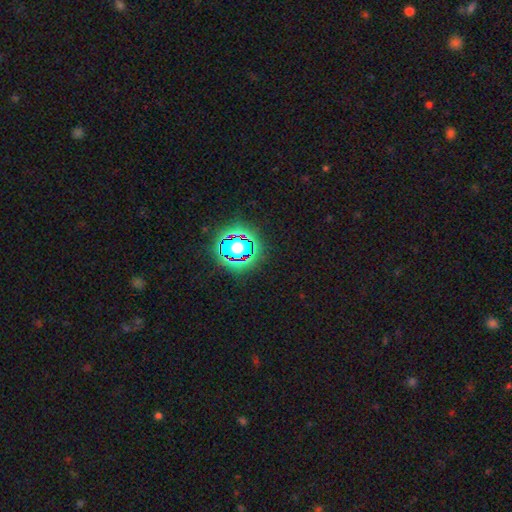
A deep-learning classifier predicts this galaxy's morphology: smooth_or_featured: star or artifact (p=0.82) [alt: smooth p=0.11]